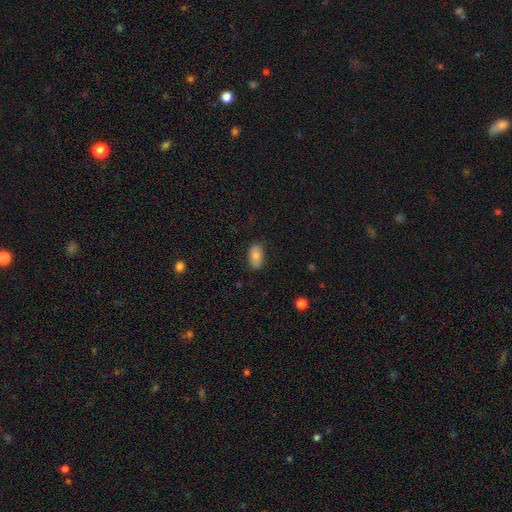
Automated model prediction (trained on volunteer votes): smooth-or-featured: smooth: 79% | featured or disk: 14% | star or artifact: 7%
  how-rounded: in between: 92% | round: 6% | cigar-shaped: 2%
  merging: none: 84% | minor disturbance: 12% | major disturbance: 2% | merger: 1%